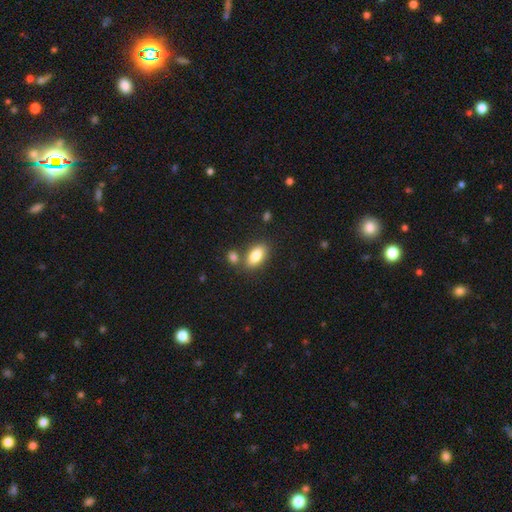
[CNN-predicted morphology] smooth_or_featured: smooth (p=0.84) [alt: featured or disk p=0.09]
how_rounded: in between (p=0.90) [alt: cigar-shaped p=0.06]
merging: none (p=0.68) [alt: merger p=0.18]